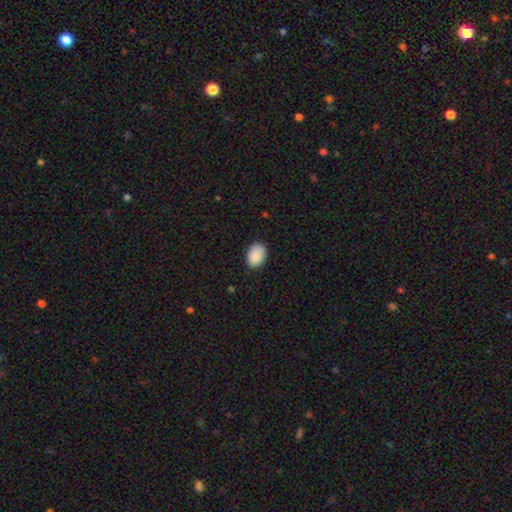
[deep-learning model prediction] This appears to be a smooth galaxy with no disk features (88%) that is in between round and cigar-shaped (79%). Merging: none (80%).